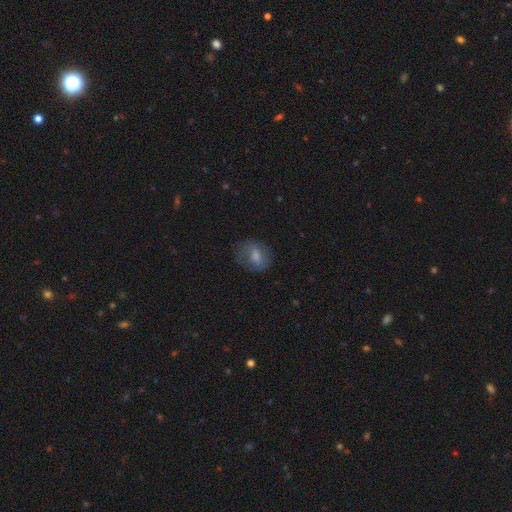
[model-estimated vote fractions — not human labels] smooth 47%, featured or disk 39%, star or artifact 13%. Down the decision tree: merging — none (75%).